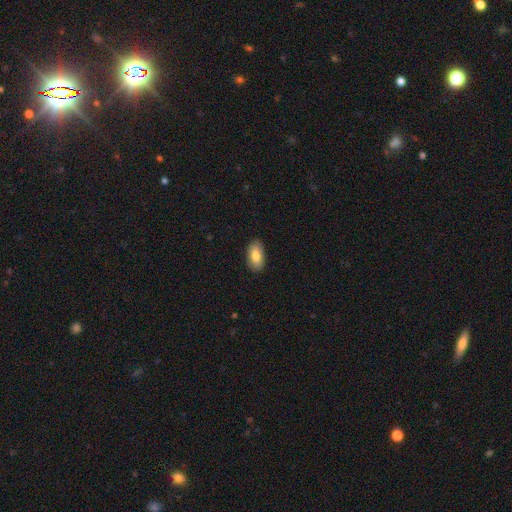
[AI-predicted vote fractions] This appears to be a smooth galaxy with no disk features (79%) that is in between round and cigar-shaped (94%). Merging: none (88%).